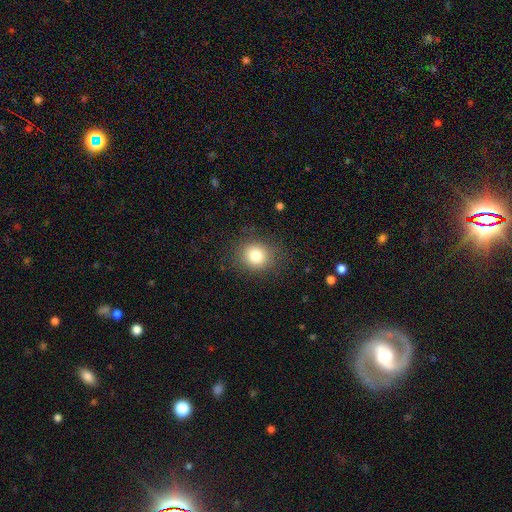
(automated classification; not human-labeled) Smooth or featured? smooth (82%)
How rounded? round (76%)
Merging? none (85%)